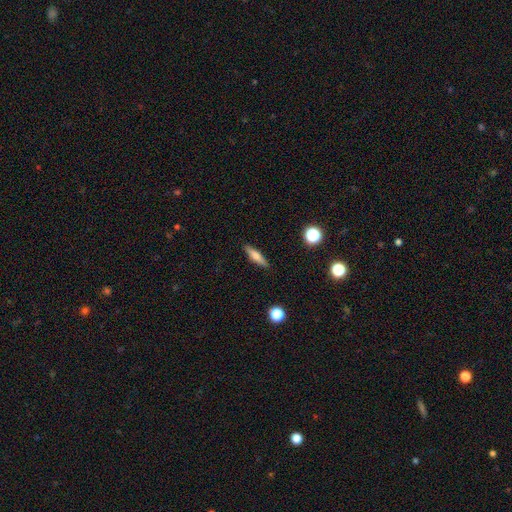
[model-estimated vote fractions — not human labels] Q: Smooth or featured?
A: smooth (62%); runner-up: featured or disk (30%)
Q: How rounded?
A: cigar-shaped (75%); runner-up: in between (23%)
Q: Merging?
A: none (89%); runner-up: minor disturbance (8%)